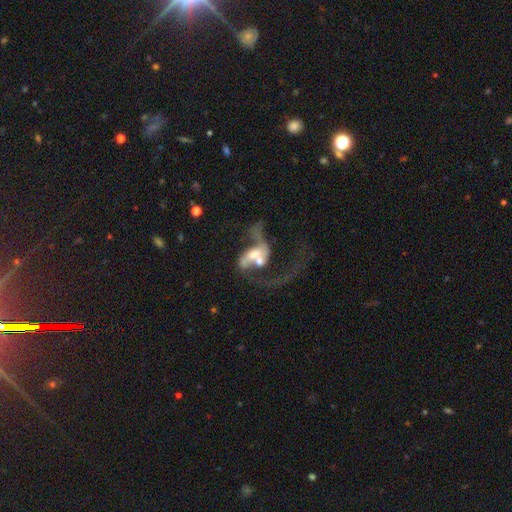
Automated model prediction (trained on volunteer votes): This is likely a featured or disk galaxy (69%). It is clearly not viewed edge-on (95%). Bar: possibly no (55%). Spiral arm pattern: likely yes (71%). Central bulge: possibly moderate (48%). Merging: likely merger (62%).